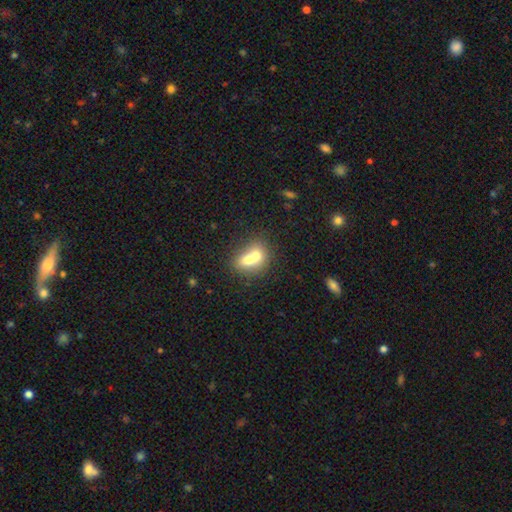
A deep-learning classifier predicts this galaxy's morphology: Smooth or featured? smooth (67%)
How rounded? in between (59%)
Merging? merger (70%)